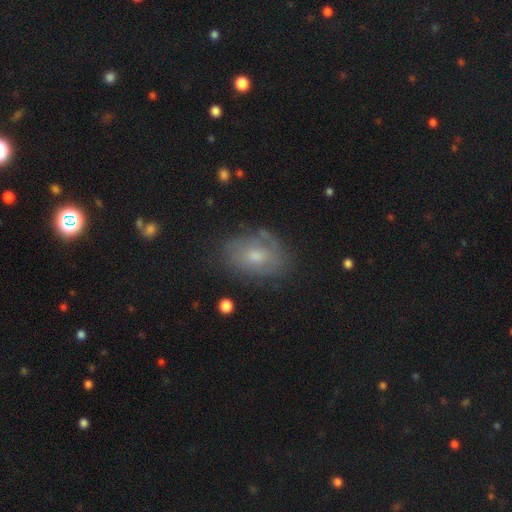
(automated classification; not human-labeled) Smooth or featured? Predicted: smooth (p=0.49). Merging? Predicted: none (p=0.66).